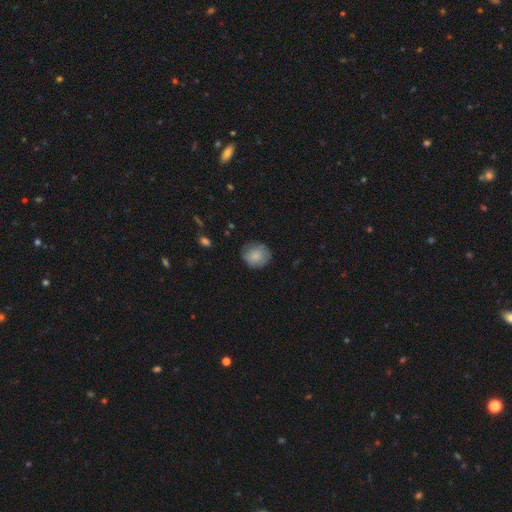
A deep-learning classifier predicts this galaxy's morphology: type=smooth (82%); roundness=round (82%); merging=none (77%).